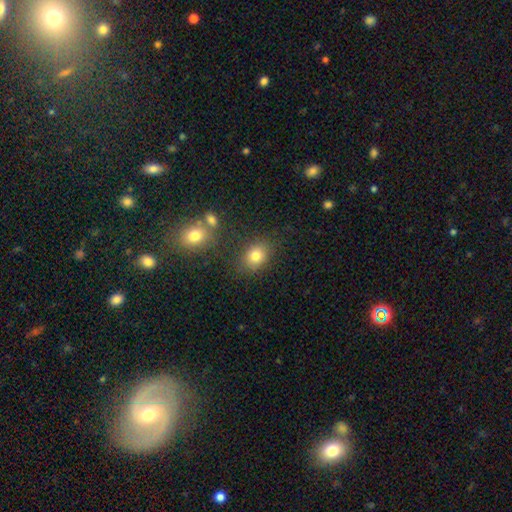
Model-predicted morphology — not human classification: Smooth or featured?
  - smooth: 79% *
  - star or artifact: 13%
  - featured or disk: 8%
How rounded?
  - in between: 50% *
  - round: 49%
  - cigar-shaped: 1%
Merging?
  - none: 77% *
  - minor disturbance: 12%
  - merger: 7%
  - major disturbance: 4%